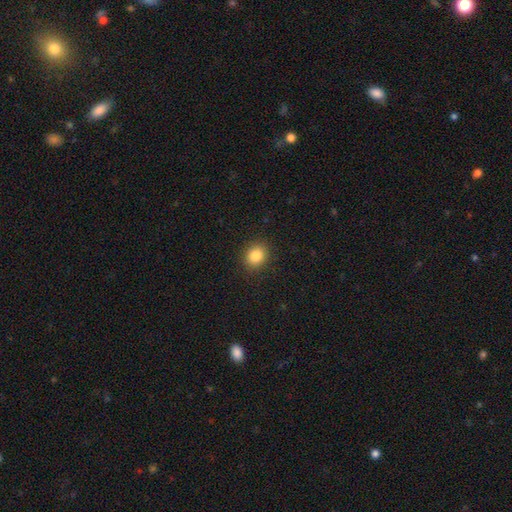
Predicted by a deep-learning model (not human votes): Q: Smooth or featured?
A: smooth (85%); runner-up: star or artifact (10%)
Q: How rounded?
A: round (66%); runner-up: in between (34%)
Q: Merging?
A: none (90%); runner-up: minor disturbance (7%)